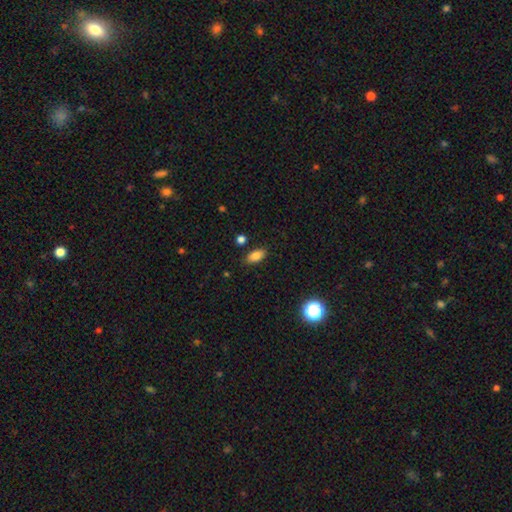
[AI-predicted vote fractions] A smooth galaxy with no disk features (82%) that is in between round and cigar-shaped (87%). Merging: none (84%).